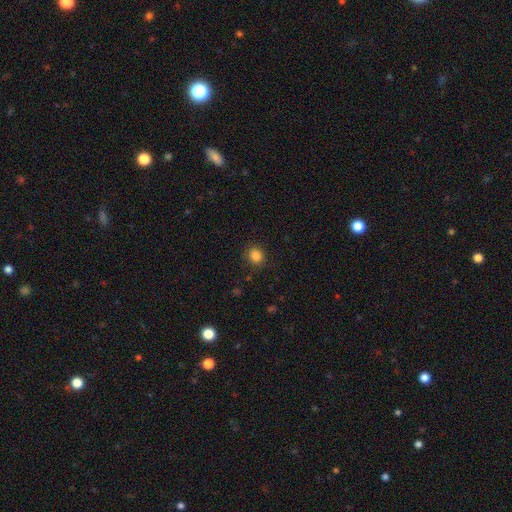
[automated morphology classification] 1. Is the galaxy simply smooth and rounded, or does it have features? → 85% smooth, 12% star or artifact, 3% featured or disk.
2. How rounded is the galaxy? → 82% round, 17% in between, 1% cigar-shaped.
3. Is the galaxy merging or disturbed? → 87% none, 9% minor disturbance, 3% major disturbance, 1% merger.